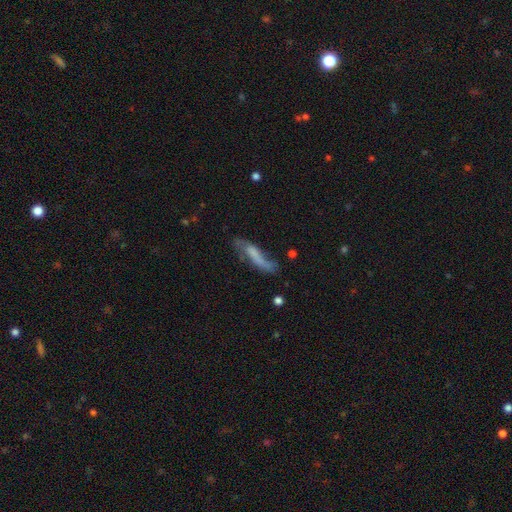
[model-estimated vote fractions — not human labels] Smooth or featured?
  - featured or disk: 47% *
  - smooth: 44%
  - star or artifact: 9%
Merging?
  - none: 44% *
  - minor disturbance: 29%
  - major disturbance: 21%
  - merger: 6%